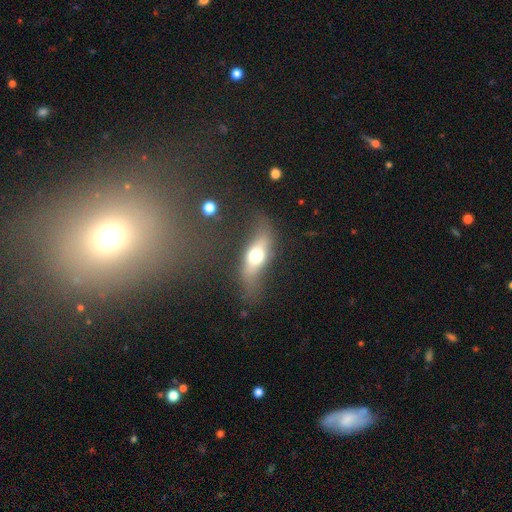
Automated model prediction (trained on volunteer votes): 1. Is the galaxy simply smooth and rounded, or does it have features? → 48% smooth, 44% featured or disk, 8% star or artifact.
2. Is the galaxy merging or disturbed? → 57% none, 24% minor disturbance, 15% major disturbance, 3% merger.